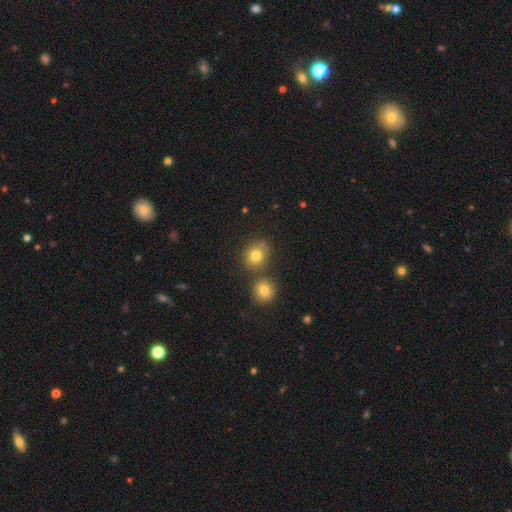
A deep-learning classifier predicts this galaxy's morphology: A smooth galaxy with no disk features (78%) that is round (80%).

Vote fractions:
- Smooth or featured? smooth: 78% / star or artifact: 14% / featured or disk: 8%
- How rounded? round: 80% / in between: 19% / cigar-shaped: 1%
- Merging? none: 67% / merger: 19% / minor disturbance: 10% / major disturbance: 3%